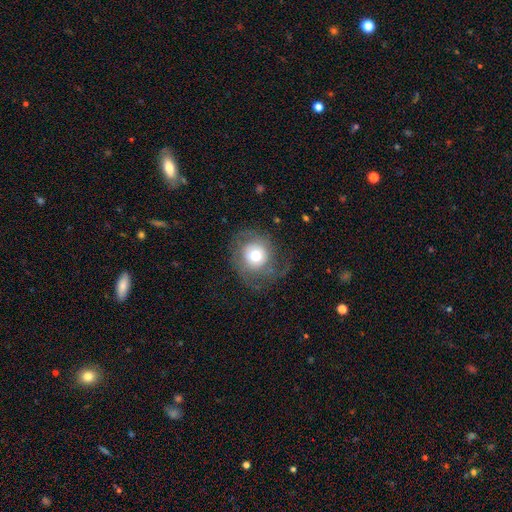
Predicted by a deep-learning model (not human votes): Smooth or featured: smooth — 50% (featured or disk — 39%)
How rounded: round — 84% (in between — 15%)
Merging: none — 60% (major disturbance — 20%)